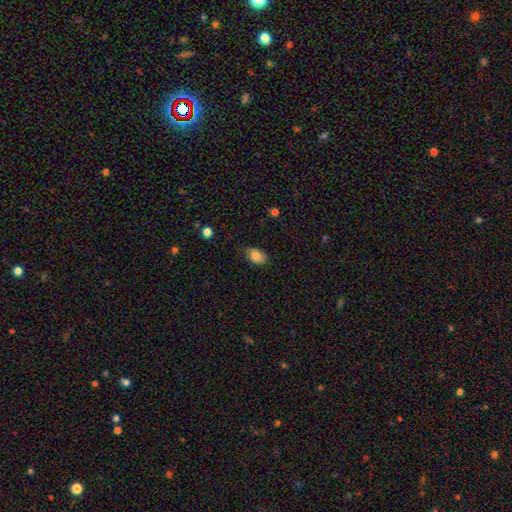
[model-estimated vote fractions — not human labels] smooth-or-featured: smooth: 85% | star or artifact: 8% | featured or disk: 7%
  how-rounded: in between: 89% | round: 9% | cigar-shaped: 2%
  merging: none: 72% | minor disturbance: 22% | major disturbance: 4% | merger: 1%